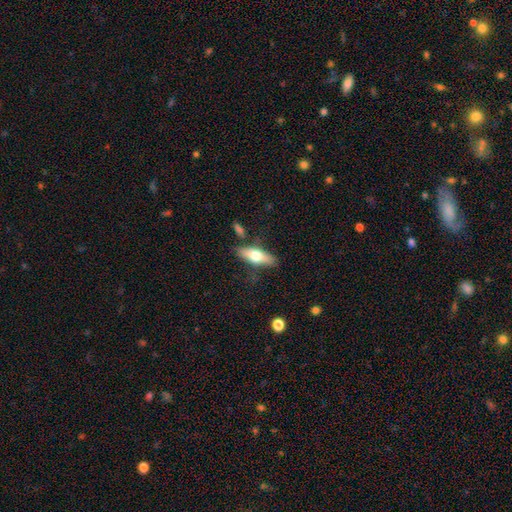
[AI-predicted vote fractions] Overall: smooth (58%; featured or disk 36%). How rounded: in between (56%; cigar-shaped 41%). Merging: none (74%).